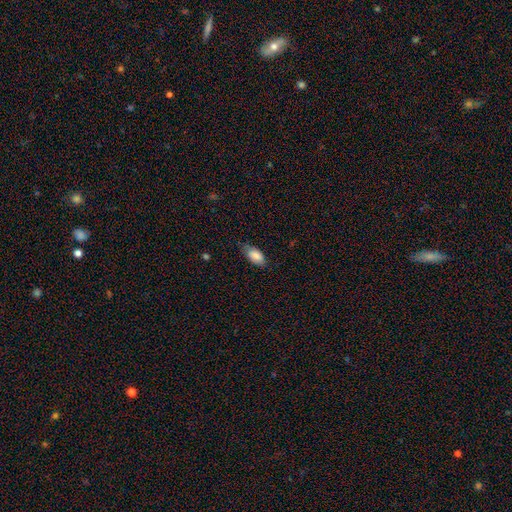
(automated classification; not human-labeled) Morphology: type=smooth (84%); roundness=in between (93%); merging=none (69%).